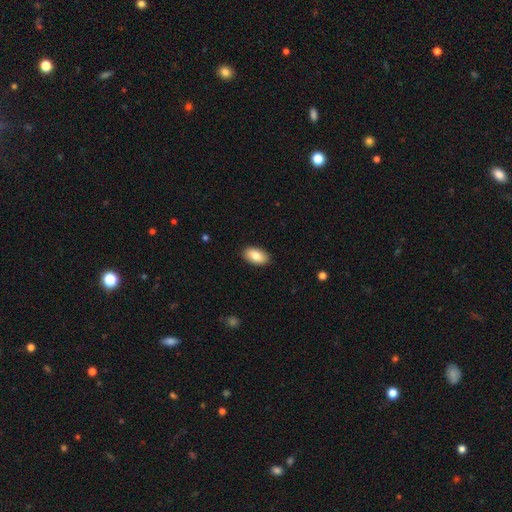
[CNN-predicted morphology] Smooth or featured?
  - smooth: 83% *
  - featured or disk: 11%
  - star or artifact: 6%
How rounded?
  - in between: 94% *
  - round: 4%
  - cigar-shaped: 2%
Merging?
  - none: 90% *
  - minor disturbance: 8%
  - major disturbance: 2%
  - merger: 1%